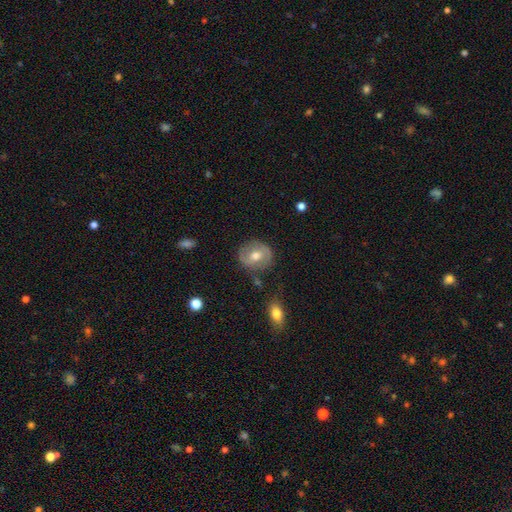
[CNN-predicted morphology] featured or disk 48%, smooth 44%, star or artifact 7%. Down the decision tree: merging — none (79%).